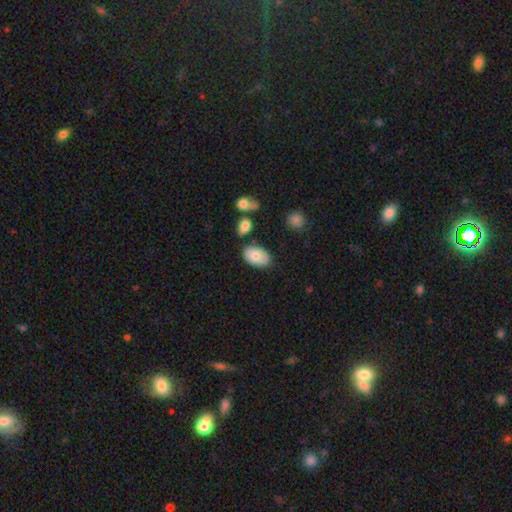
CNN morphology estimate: Smooth or featured? smooth (75%)
How rounded? in between (92%)
Merging? none (77%)